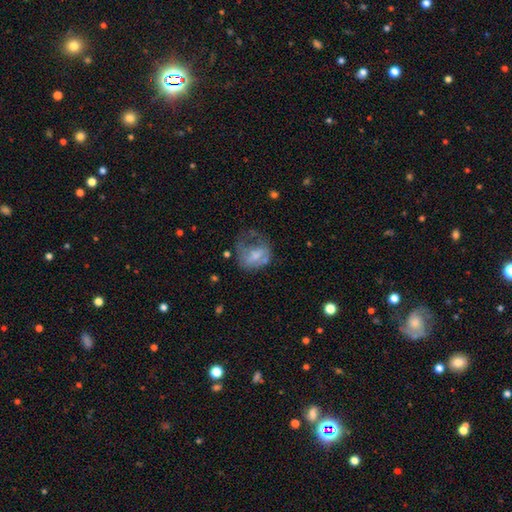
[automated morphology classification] The model was most divided on "smooth or featured": smooth: 46%, featured or disk: 44%, star or artifact: 10%. Remaining: merging — major disturbance (48%).